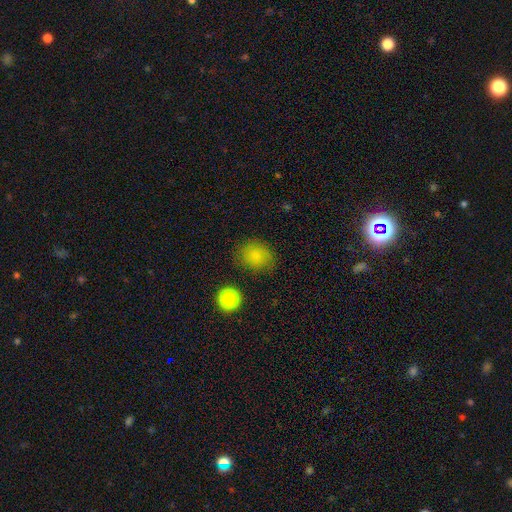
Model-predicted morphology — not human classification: Overall: smooth (80%). How rounded: round (74%). Merging: none (78%).